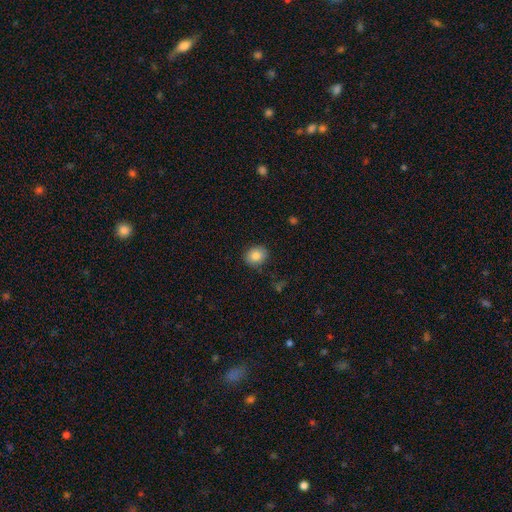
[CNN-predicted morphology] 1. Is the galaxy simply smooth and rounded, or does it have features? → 84% smooth, 9% star or artifact, 7% featured or disk.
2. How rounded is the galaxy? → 61% round, 38% in between, 1% cigar-shaped.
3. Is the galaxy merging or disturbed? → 86% none, 10% minor disturbance, 2% major disturbance, 1% merger.